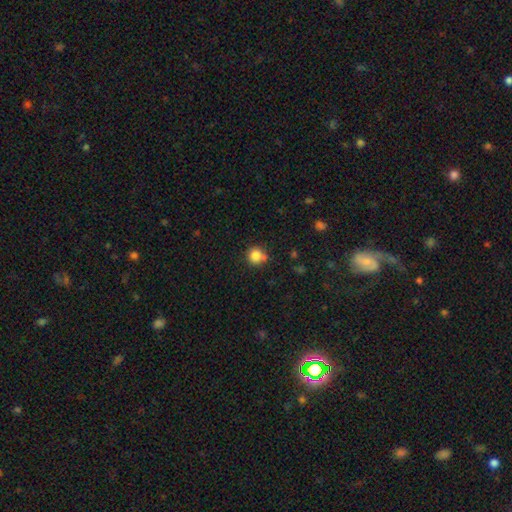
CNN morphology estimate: Overall: smooth (83%). How rounded: round (91%). Merging: none (67%).